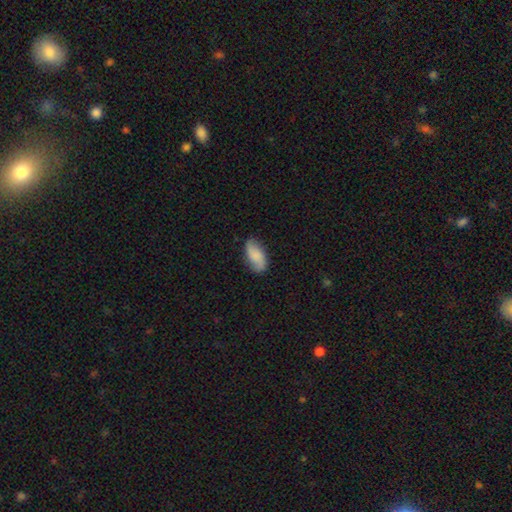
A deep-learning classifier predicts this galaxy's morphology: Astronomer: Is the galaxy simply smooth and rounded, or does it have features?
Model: smooth — 74%.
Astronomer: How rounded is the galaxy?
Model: in between — 92%.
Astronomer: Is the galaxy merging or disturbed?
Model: none — 76%.